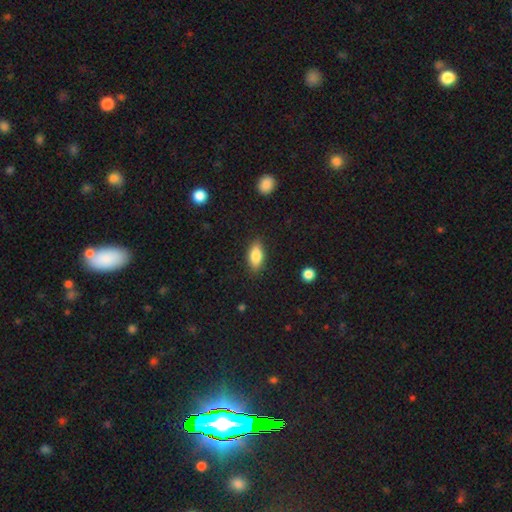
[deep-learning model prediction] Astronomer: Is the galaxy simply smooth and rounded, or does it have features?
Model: smooth — 83%.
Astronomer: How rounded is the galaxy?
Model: in between — 86%.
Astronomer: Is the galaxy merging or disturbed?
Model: none — 86%.